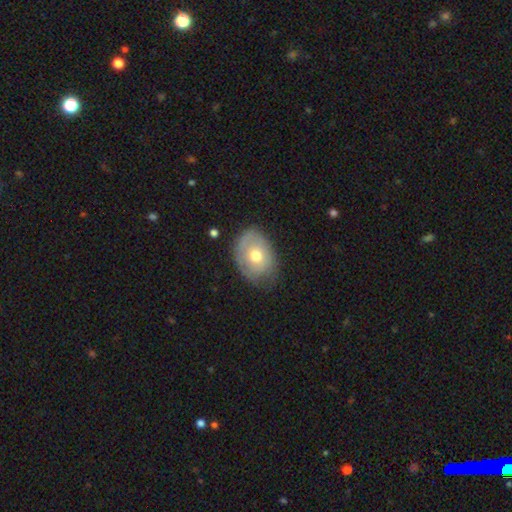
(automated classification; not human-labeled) This is possibly a smooth galaxy (55%). How rounded: likely in between (67%). Merging: likely none (65%).